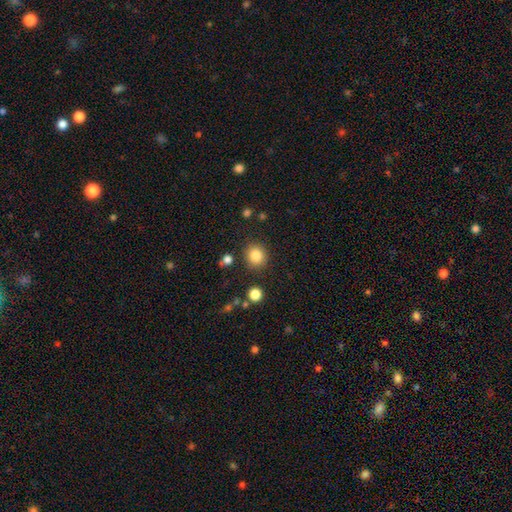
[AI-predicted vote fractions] Overall: smooth (84%). How rounded: round (84%). Merging: none (87%).